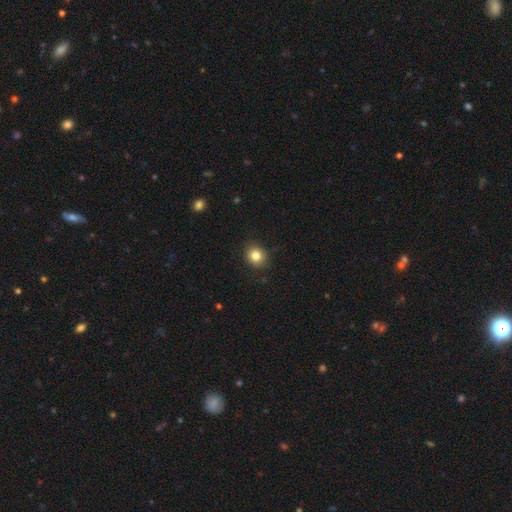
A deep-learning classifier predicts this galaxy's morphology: smooth_or_featured: smooth (p=0.83) [alt: star or artifact p=0.11]
how_rounded: round (p=0.77) [alt: in between p=0.22]
merging: none (p=0.87) [alt: minor disturbance p=0.09]